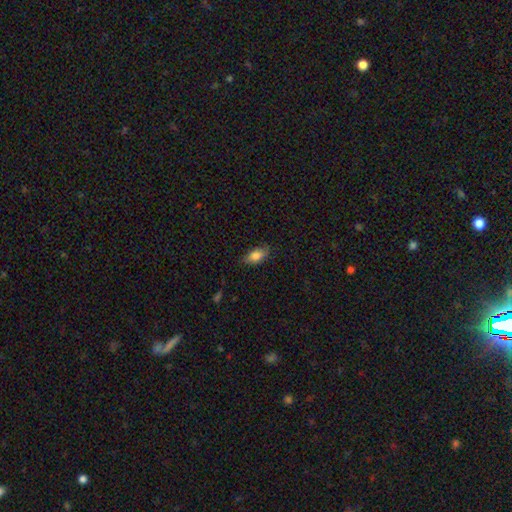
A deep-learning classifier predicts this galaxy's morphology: This is clearly a smooth galaxy (82%). How rounded: clearly in between (89%). Merging: likely none (78%).